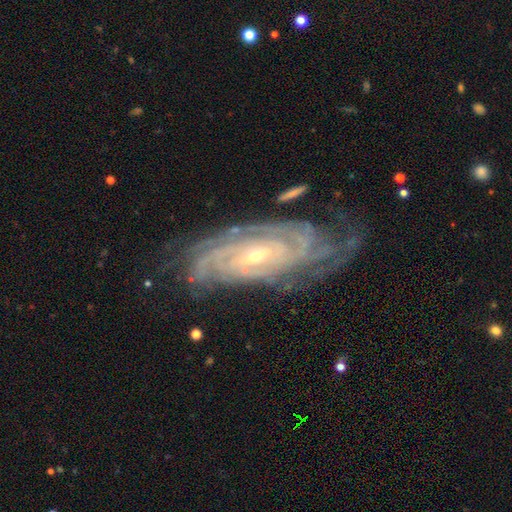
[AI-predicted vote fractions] Morphology: type=featured or disk (90%); edge-on=no (94%); bar=no (42%); spiral arms=yes (98%); winding=tight (80%); arm count=4 (28%); bulge=small (66%); merging=none (71%).